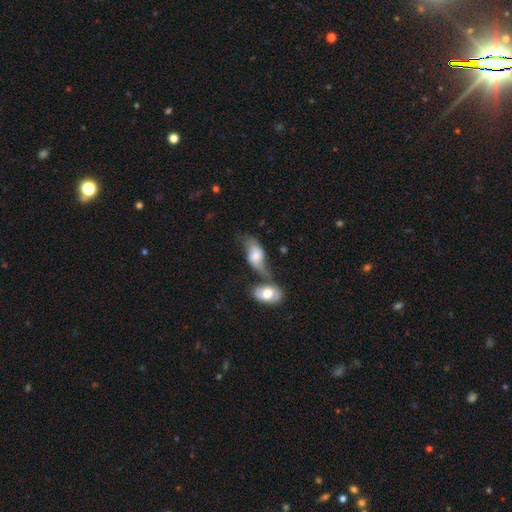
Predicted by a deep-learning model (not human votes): Q: Smooth or featured?
A: smooth (54%); runner-up: featured or disk (39%)
Q: How rounded?
A: in between (89%); runner-up: round (6%)
Q: Merging?
A: merger (42%); runner-up: none (26%)